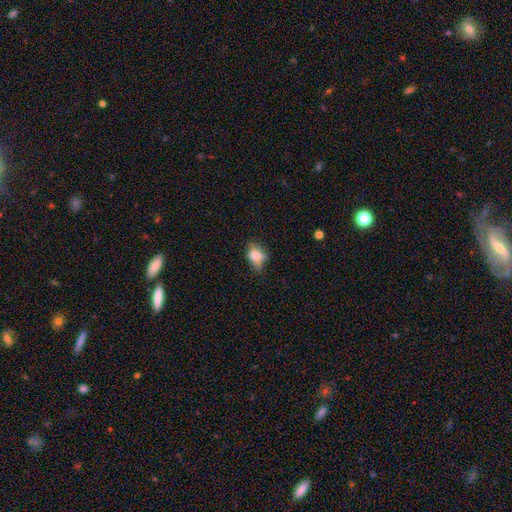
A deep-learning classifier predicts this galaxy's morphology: The model was most divided on "merging": none: 54%, minor disturbance: 32%, major disturbance: 11%, merger: 3%. More confident: how rounded — in between (76%); smooth or featured — smooth (73%).